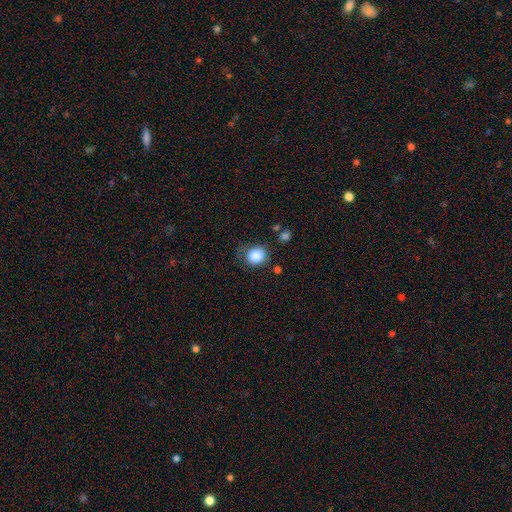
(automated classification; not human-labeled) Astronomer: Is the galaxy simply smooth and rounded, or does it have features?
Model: smooth — 85%.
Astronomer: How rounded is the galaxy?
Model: round — 70%.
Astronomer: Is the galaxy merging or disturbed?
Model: none — 66%.